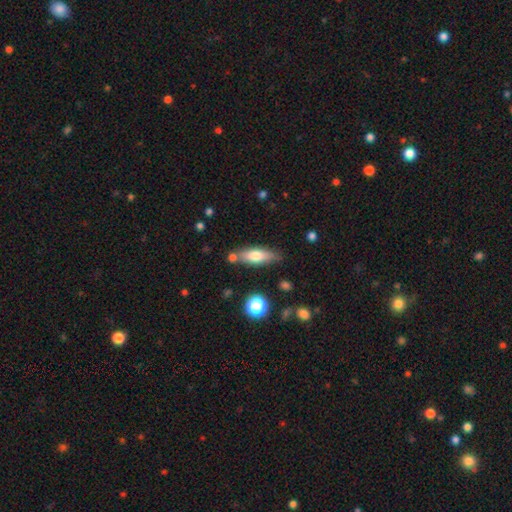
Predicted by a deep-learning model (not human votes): Morphology: type=smooth (68%); roundness=in between (56%); merging=none (72%).